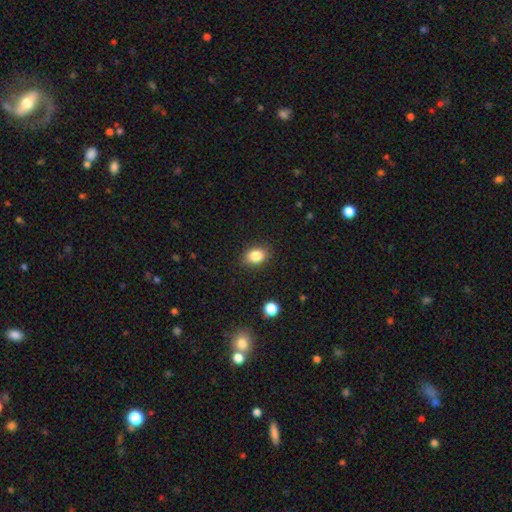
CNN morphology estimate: type=smooth (85%); roundness=in between (68%); merging=none (86%).